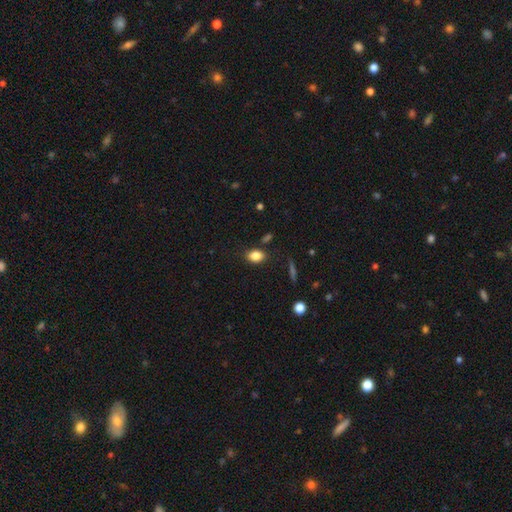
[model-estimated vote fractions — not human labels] A smooth galaxy with no disk features (84%) that is in between round and cigar-shaped (74%).

Vote fractions:
- Smooth or featured? smooth: 84% / star or artifact: 10% / featured or disk: 6%
- How rounded? in between: 74% / round: 25% / cigar-shaped: 2%
- Merging? none: 81% / minor disturbance: 13% / major disturbance: 3% / merger: 3%